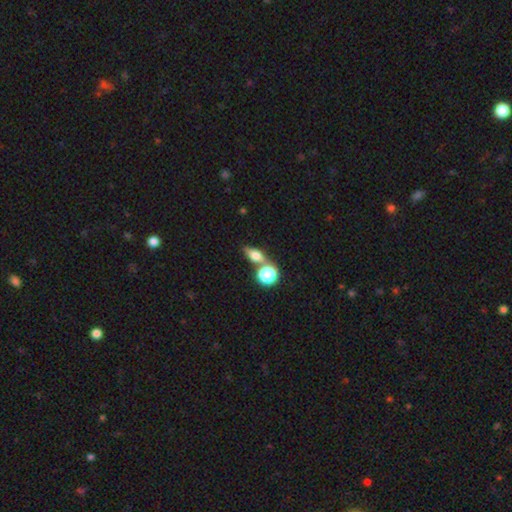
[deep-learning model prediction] smooth_or_featured: smooth (p=0.54) [alt: featured or disk p=0.32]
how_rounded: in between (p=0.48) [alt: round p=0.31]
merging: none (p=0.62) [alt: merger p=0.24]